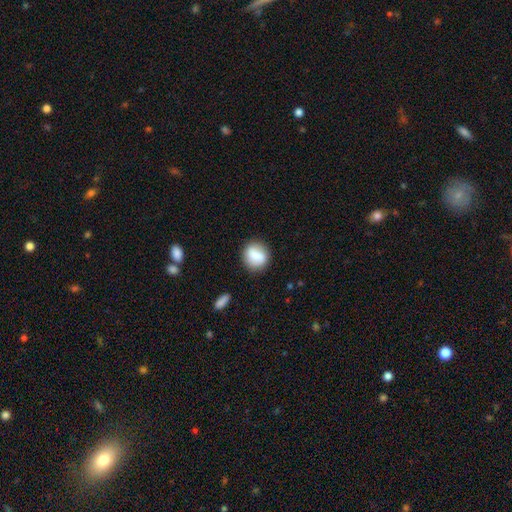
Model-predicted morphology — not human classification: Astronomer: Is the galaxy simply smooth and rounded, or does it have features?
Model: smooth — 78%.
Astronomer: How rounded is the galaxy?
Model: round — 78%.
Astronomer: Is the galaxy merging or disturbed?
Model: none — 81%.